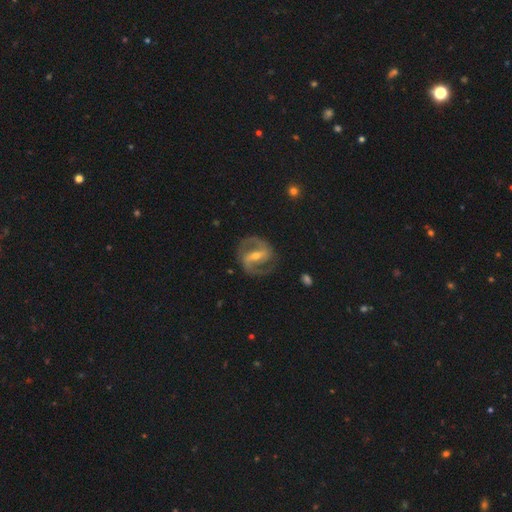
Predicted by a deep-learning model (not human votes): Smooth or featured: featured or disk — 90% (smooth — 6%)
Edge-on disk: no — 97% (yes — 3%)
Bar: strong — 57% (weak — 32%)
Spiral arms: yes — 96% (no — 4%)
Spiral winding: medium — 60% (tight — 25%)
Spiral arm count: 2 — 93% (can't tell — 3%)
Bulge size: moderate — 50% (small — 45%)
Merging: none — 82% (minor disturbance — 12%)